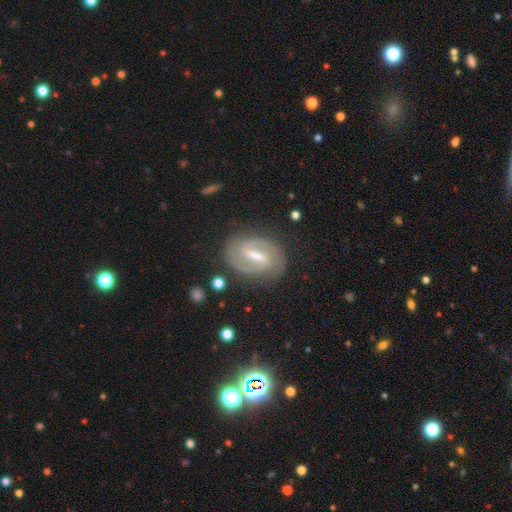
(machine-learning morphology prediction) Overall: featured or disk (86%). Edge-on disk: no (96%). Bar: strong (60%; weak 33%). Spiral arms: yes (95%). Spiral arm count: 2 (90%). Spiral winding: tight (45%; medium 44%). Bulge size: moderate (41%, tied with small). Merging: none (83%).